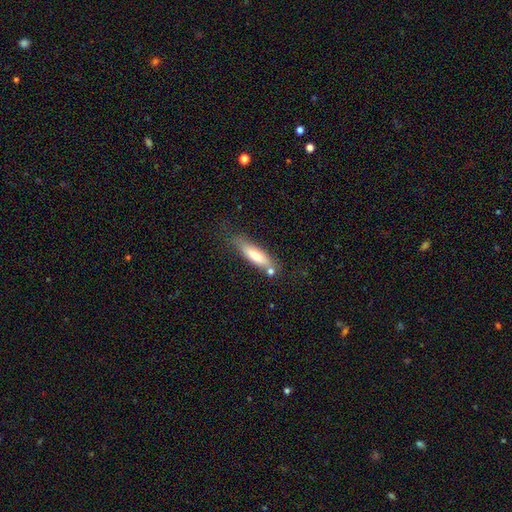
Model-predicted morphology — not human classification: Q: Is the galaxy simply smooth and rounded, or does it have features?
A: smooth — 68%.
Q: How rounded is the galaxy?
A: cigar-shaped — 62%.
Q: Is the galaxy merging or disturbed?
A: none — 63%.